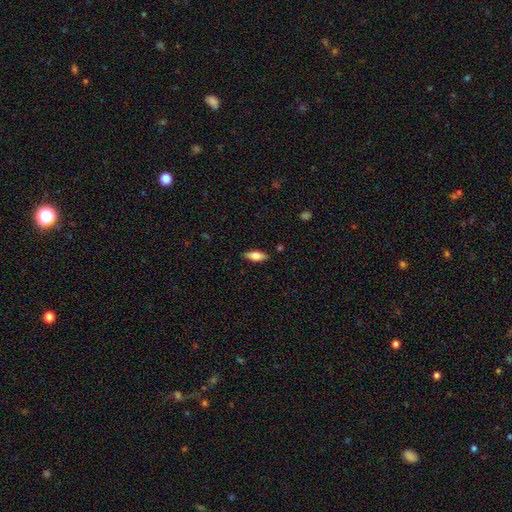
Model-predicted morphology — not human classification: Smooth or featured: smooth — 64% (featured or disk — 30%)
How rounded: in between — 69% (cigar-shaped — 28%)
Merging: none — 88% (minor disturbance — 9%)